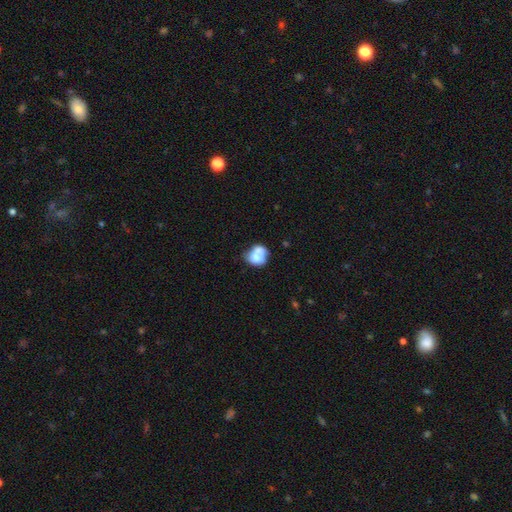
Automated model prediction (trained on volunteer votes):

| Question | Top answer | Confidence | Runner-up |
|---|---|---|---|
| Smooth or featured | smooth | 68% | featured or disk (23%) |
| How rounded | round | 59% | in between (40%) |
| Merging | merger | 35% | none (32%) |